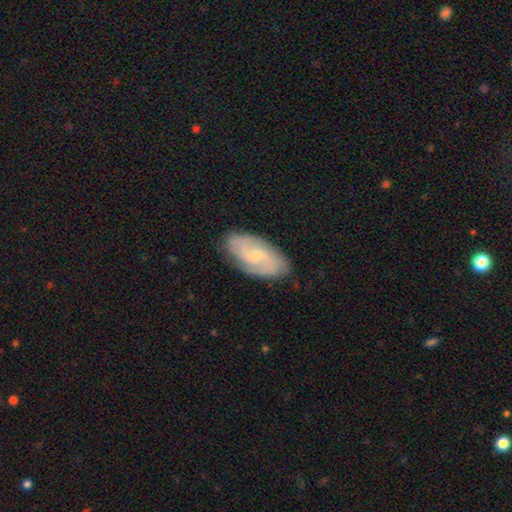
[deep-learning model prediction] A featured or disk galaxy (67%) with a weak bar (53%), 2 (65%) medium (44%) spiral arms (91%) and a small central bulge (61%). Merging: none (81%).